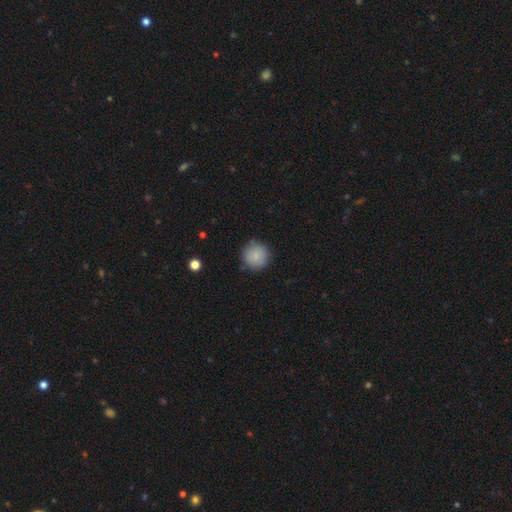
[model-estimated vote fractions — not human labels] This is clearly a smooth galaxy (87%). How rounded: clearly round (94%). Merging: clearly none (86%).